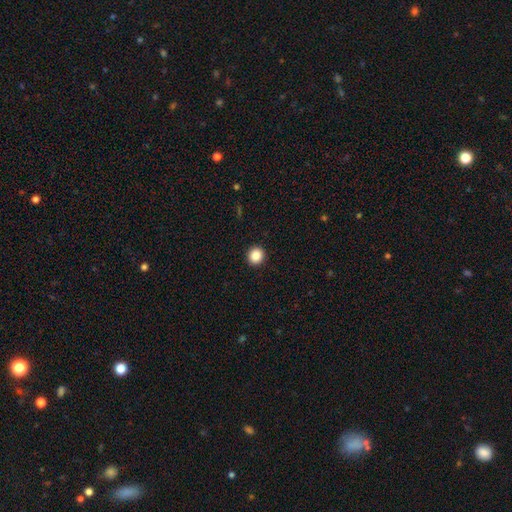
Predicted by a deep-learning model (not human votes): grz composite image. It shows a smooth galaxy with no disk features (87%) that is round (90%). Merging: none (93%).